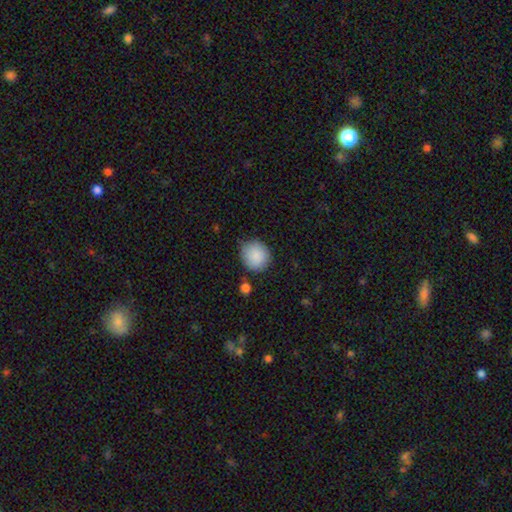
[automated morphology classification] Smooth or featured: smooth — 89% (star or artifact — 7%)
How rounded: round — 87% (in between — 12%)
Merging: none — 76% (minor disturbance — 16%)